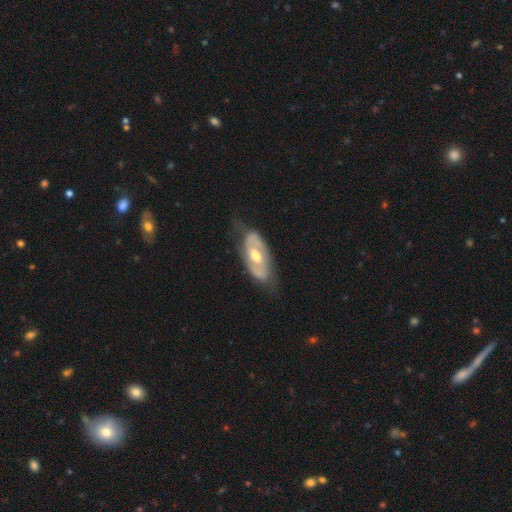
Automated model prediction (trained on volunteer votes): Morphology: type=featured or disk (71%); edge-on=no (88%); bar=no (55%); spiral arms=yes (59%); bulge=moderate (74%); merging=none (69%).